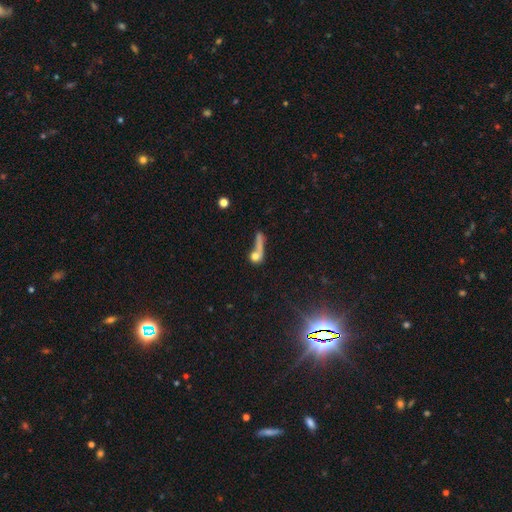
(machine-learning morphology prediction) smooth-or-featured: smooth: 63% | featured or disk: 23% | star or artifact: 14%
  how-rounded: round: 52% | cigar-shaped: 25% | in between: 23%
  merging: merger: 34% (tied) | none: 34% (tied) | major disturbance: 21% | minor disturbance: 11%